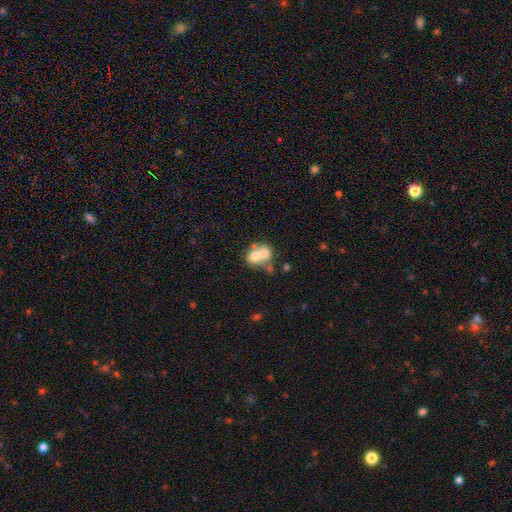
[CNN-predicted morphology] This is likely a smooth galaxy (65%). How rounded: possibly round (59%). Merging: likely merger (66%).